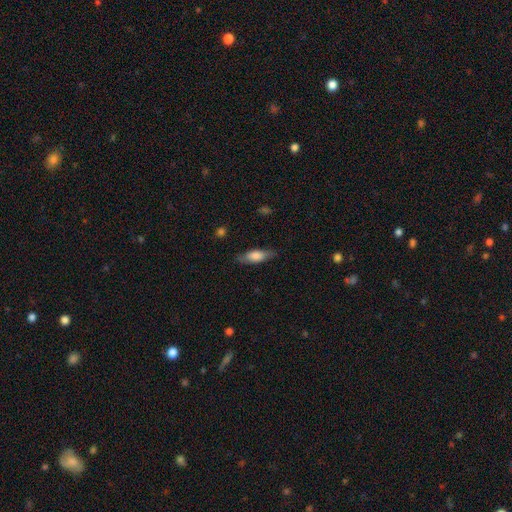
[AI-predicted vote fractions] The model was most divided on "how rounded": in between: 59%, cigar-shaped: 39%, round: 2%. More confident: merging — none (78%); smooth or featured — smooth (69%).